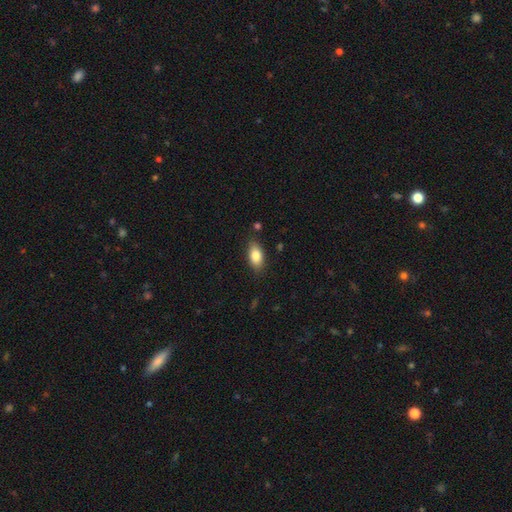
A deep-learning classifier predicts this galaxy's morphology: A smooth galaxy with no disk features (83%) that is in between round and cigar-shaped (89%).

Vote fractions:
- Smooth or featured? smooth: 83% / featured or disk: 9% / star or artifact: 7%
- How rounded? in between: 89% / cigar-shaped: 6% / round: 5%
- Merging? none: 83% / minor disturbance: 12% / major disturbance: 3% / merger: 2%